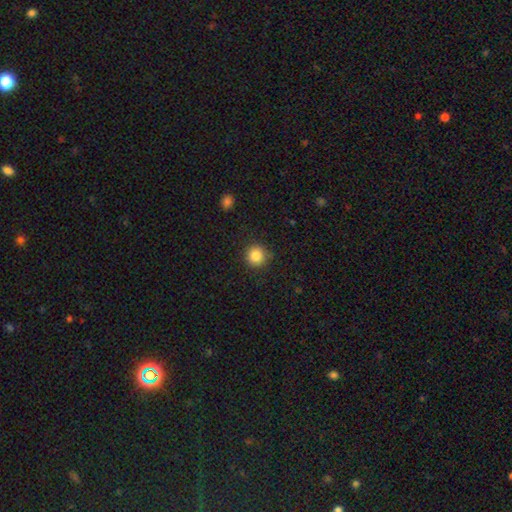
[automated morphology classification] Smooth or featured: smooth — 85% (star or artifact — 11%)
How rounded: round — 93% (in between — 6%)
Merging: none — 88% (minor disturbance — 8%)